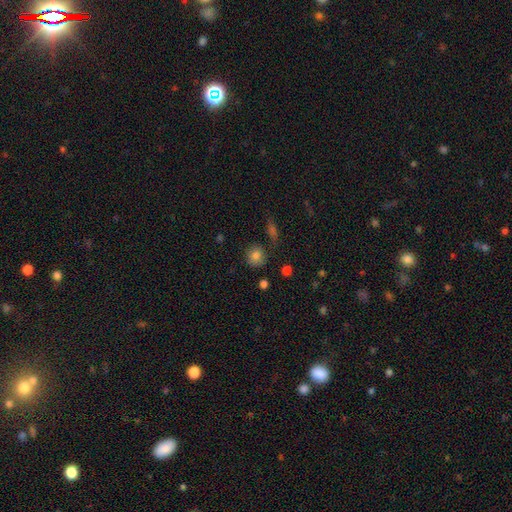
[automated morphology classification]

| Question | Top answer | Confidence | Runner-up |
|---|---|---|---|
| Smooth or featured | smooth | 82% | star or artifact (11%) |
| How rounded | round | 85% | in between (13%) |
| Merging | none | 76% | minor disturbance (15%) |